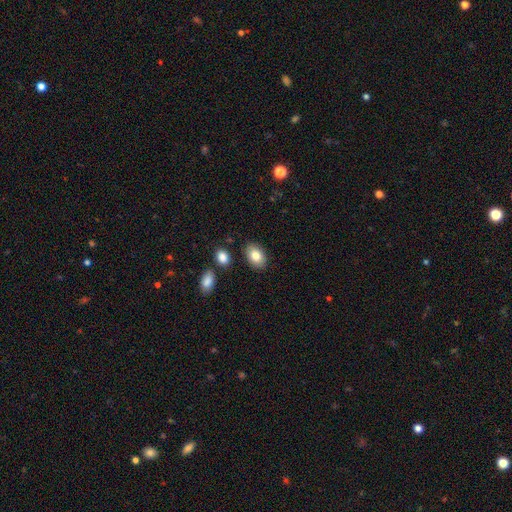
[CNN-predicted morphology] smooth 83%, featured or disk 10%, star or artifact 7%. Down the decision tree: how rounded — in between (87%); merging — none (85%).